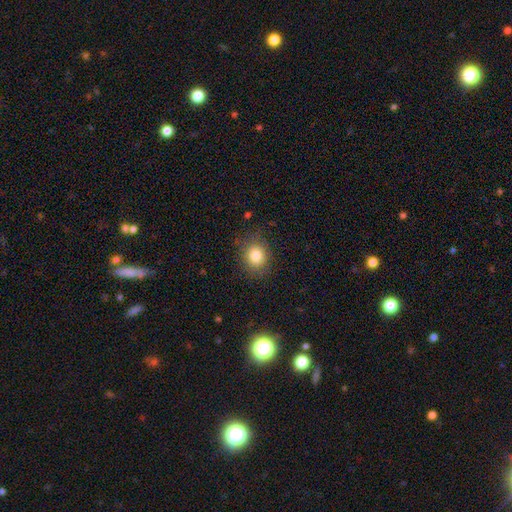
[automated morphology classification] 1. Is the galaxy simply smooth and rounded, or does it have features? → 82% smooth, 11% star or artifact, 7% featured or disk.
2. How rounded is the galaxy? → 68% round, 31% in between, 1% cigar-shaped.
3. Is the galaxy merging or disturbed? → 81% none, 14% minor disturbance, 4% major disturbance, 1% merger.